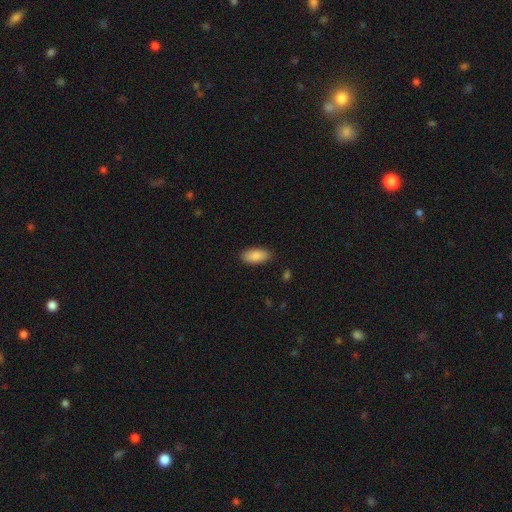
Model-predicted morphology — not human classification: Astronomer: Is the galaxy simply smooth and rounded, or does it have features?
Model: smooth — 88%.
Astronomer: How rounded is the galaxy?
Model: in between — 91%.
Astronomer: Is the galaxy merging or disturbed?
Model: none — 87%.